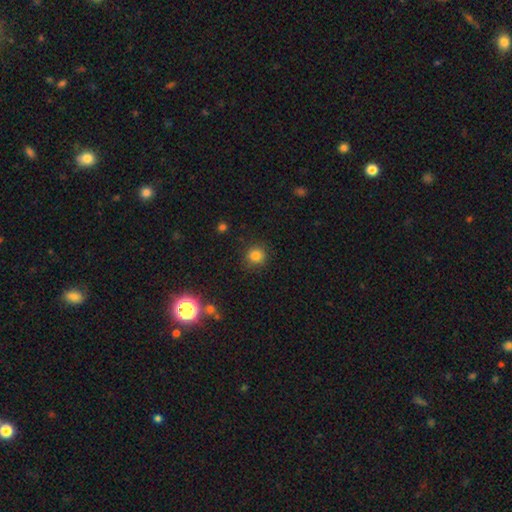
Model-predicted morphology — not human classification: The model was most divided on "smooth or featured": smooth: 82%, star or artifact: 13%, featured or disk: 5%. More confident: how rounded — round (91%); merging — none (88%).